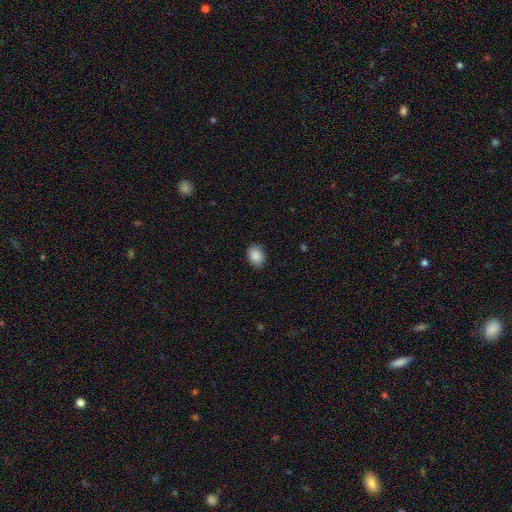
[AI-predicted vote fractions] Q: Smooth or featured?
A: smooth (88%); runner-up: star or artifact (8%)
Q: How rounded?
A: in between (62%); runner-up: round (37%)
Q: Merging?
A: none (86%); runner-up: minor disturbance (10%)